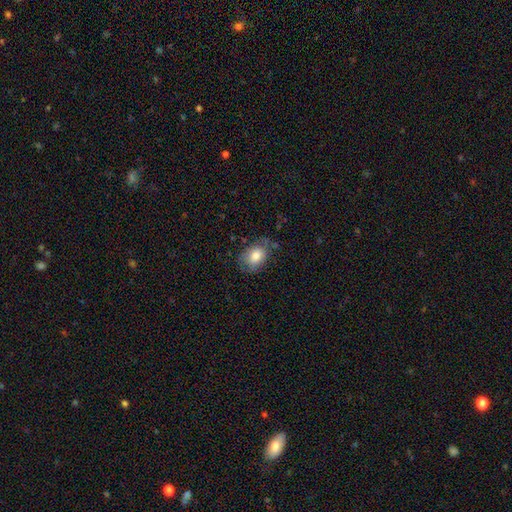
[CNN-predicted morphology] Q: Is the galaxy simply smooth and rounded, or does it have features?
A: smooth — 78%.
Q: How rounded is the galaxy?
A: in between — 74%.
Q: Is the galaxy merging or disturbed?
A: none — 59%.